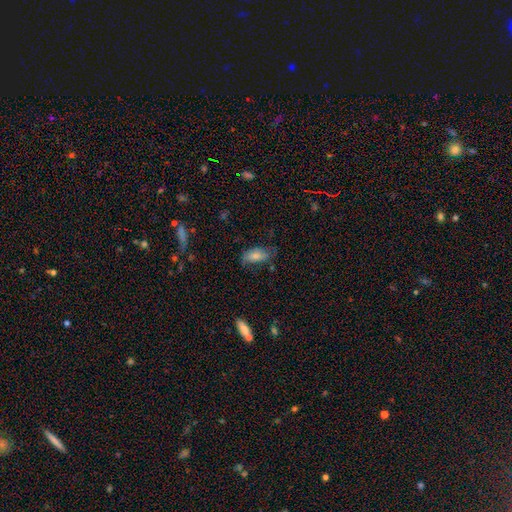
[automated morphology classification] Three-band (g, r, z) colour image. It shows a smooth galaxy with no disk features (72%) that is in between round and cigar-shaped (88%). Merging: none (57%).